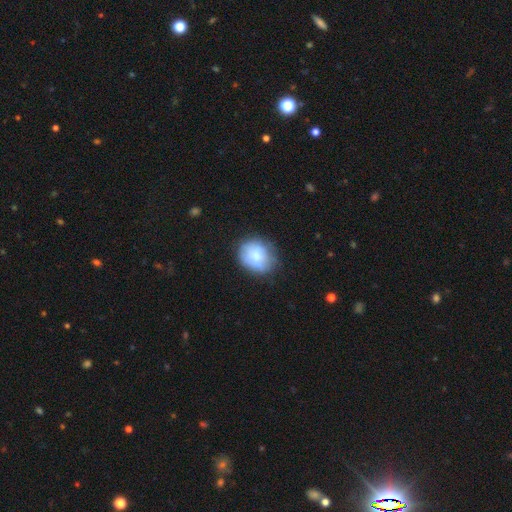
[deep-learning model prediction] smooth-or-featured: smooth: 72% | featured or disk: 20% | star or artifact: 8%
  how-rounded: round: 66% | in between: 33% | cigar-shaped: 1%
  merging: none: 65% | minor disturbance: 24% | major disturbance: 8% | merger: 4%